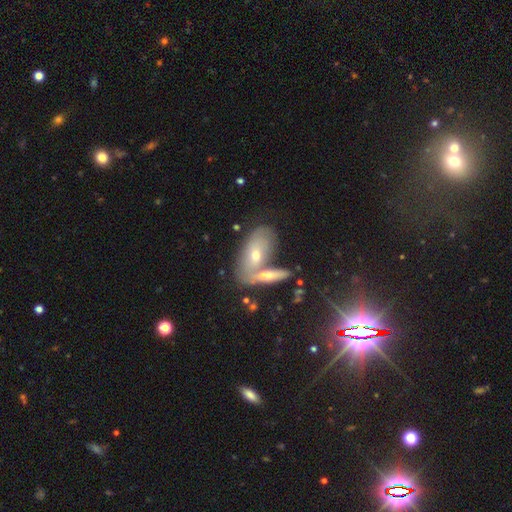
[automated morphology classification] This is marginally a smooth galaxy (43%). Merging: possibly none (46%).